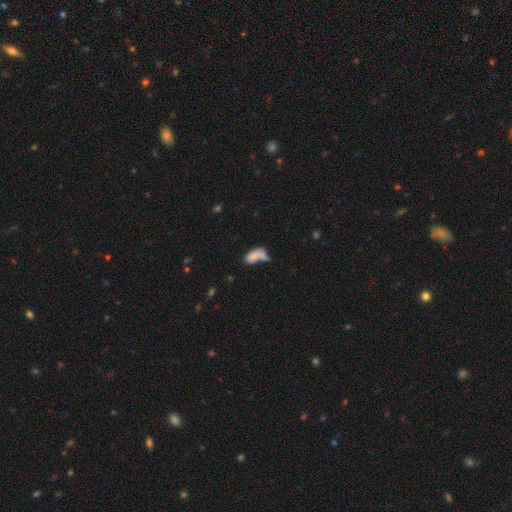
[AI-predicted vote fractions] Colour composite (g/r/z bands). It shows a smooth galaxy with no disk features (74%) that is in between round and cigar-shaped (86%). Merging: merger (48%).